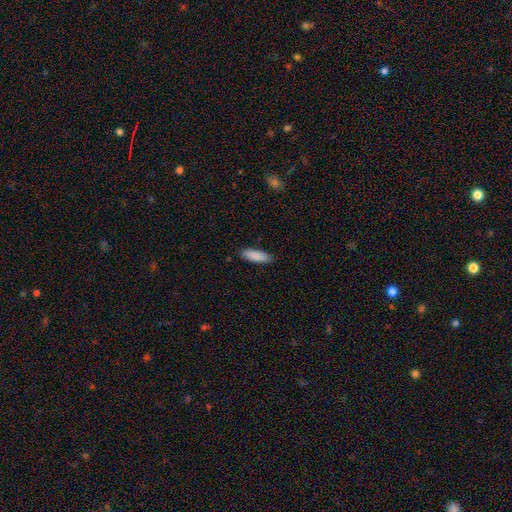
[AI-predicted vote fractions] Smooth or featured? Predicted: smooth (p=0.88). How rounded? Predicted: cigar-shaped (p=0.54). Merging? Predicted: none (p=0.87).